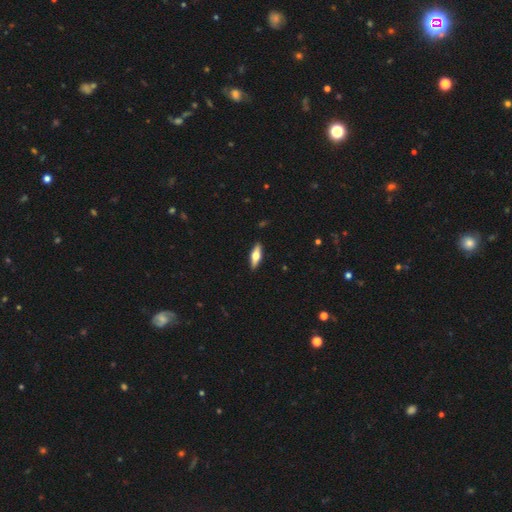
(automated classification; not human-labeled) This is possibly a featured or disk galaxy (52%). It is clearly viewed edge-on (93%). Merging: clearly none (90%).